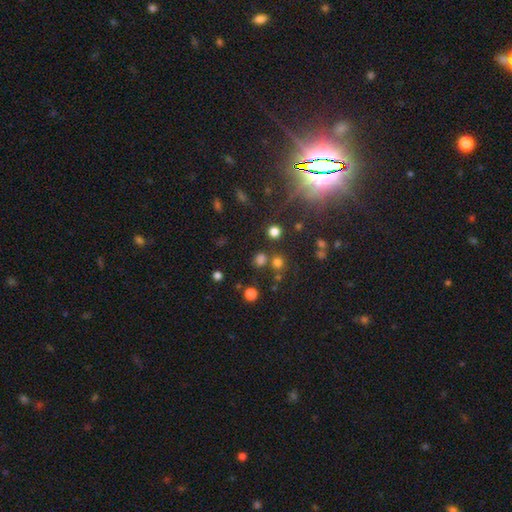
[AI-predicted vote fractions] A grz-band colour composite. It shows a star or artifact, not a galaxy (78%).